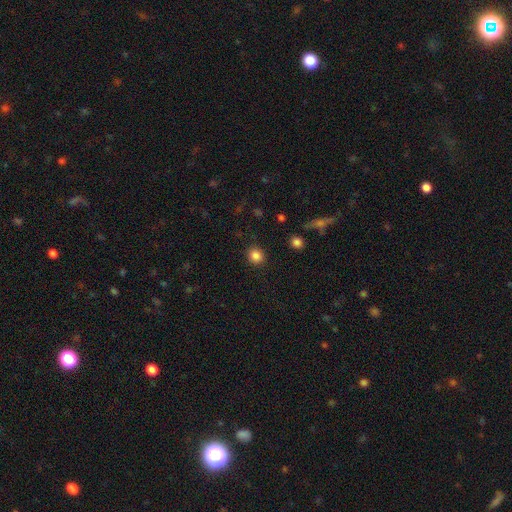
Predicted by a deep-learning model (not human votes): The model was most divided on "how rounded": round: 81%, in between: 18%, cigar-shaped: 1%. More confident: merging — none (90%); smooth or featured — smooth (85%).